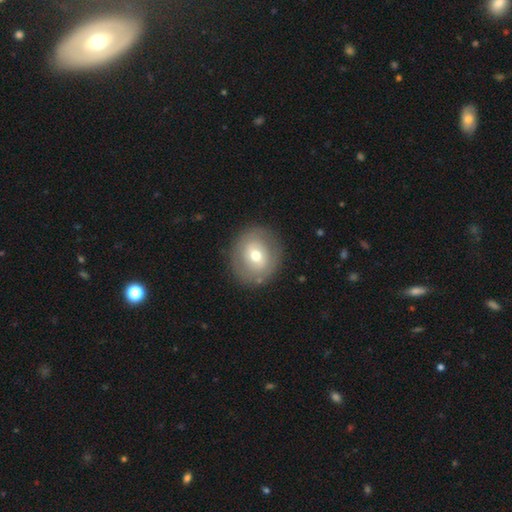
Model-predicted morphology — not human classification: type=smooth (59%); roundness=round (77%); merging=none (85%).